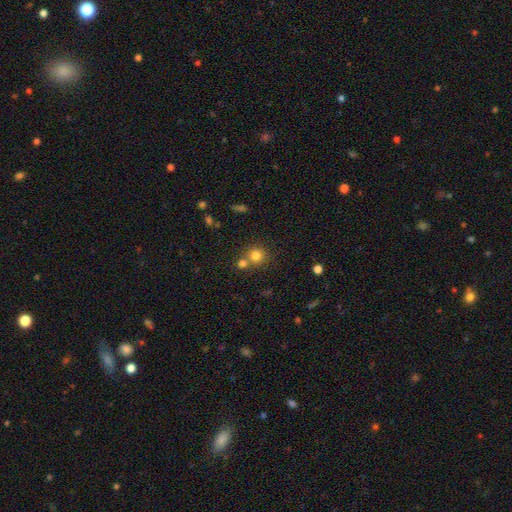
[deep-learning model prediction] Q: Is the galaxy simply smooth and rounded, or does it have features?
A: smooth — 79%.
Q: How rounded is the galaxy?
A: round — 89%.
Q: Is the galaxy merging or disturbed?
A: none — 58%.